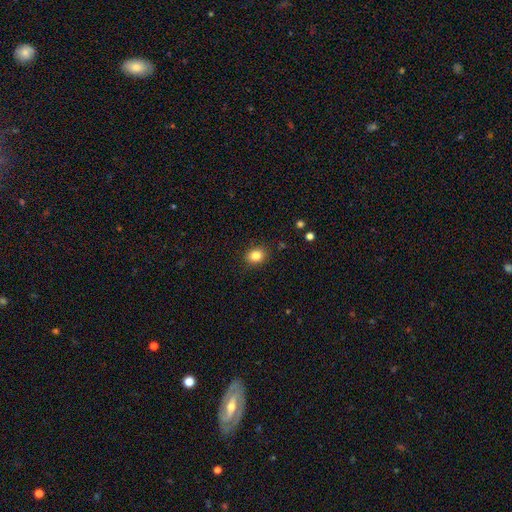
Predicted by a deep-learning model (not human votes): The model was most divided on "how rounded": round: 59%, in between: 40%, cigar-shaped: 1%. More confident: merging — none (87%); smooth or featured — smooth (84%).